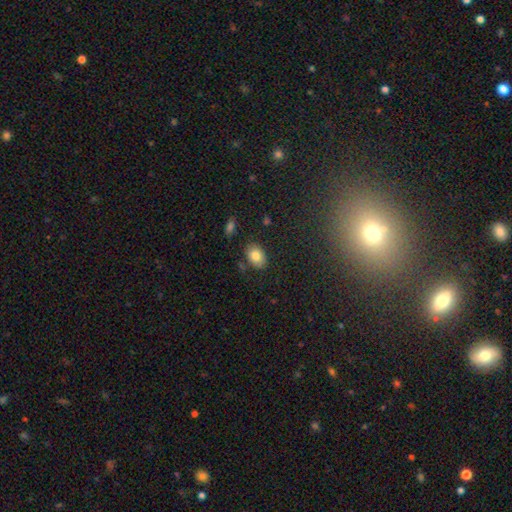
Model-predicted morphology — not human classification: type=smooth (81%); roundness=in between (81%); merging=none (81%).